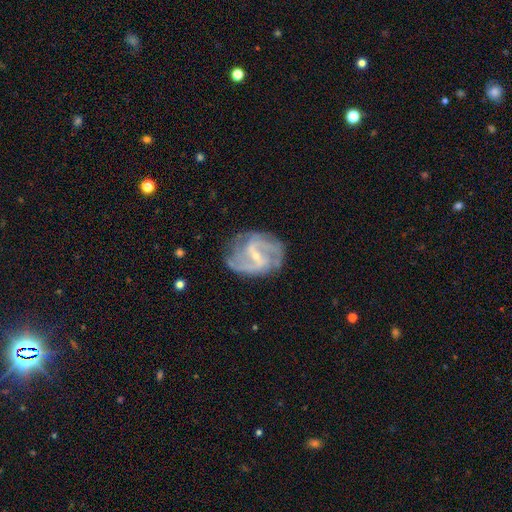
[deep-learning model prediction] Smooth or featured? featured or disk (88%)
Edge-on disk? no (98%)
Bar? weak (49%)
Spiral arms? yes (96%)
Spiral winding? medium (51%)
Spiral arm count? 2 (69%)
Bulge size? small (71%)
Merging? none (70%)